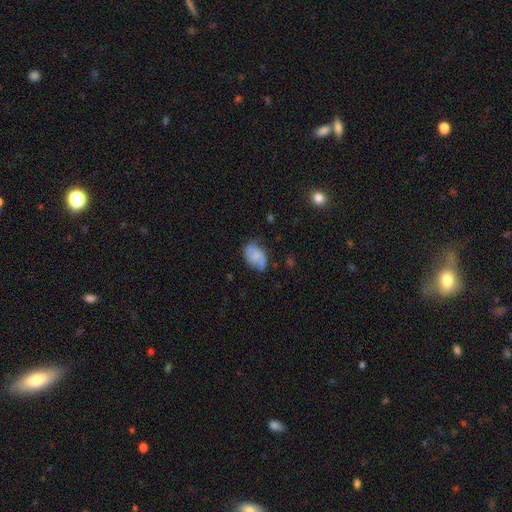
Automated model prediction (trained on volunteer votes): Smooth or featured: smooth — 62% (featured or disk — 29%)
How rounded: in between — 85% (round — 13%)
Merging: none — 53% (minor disturbance — 32%)